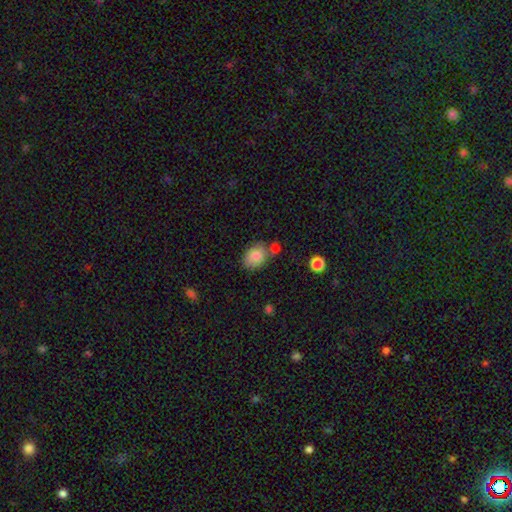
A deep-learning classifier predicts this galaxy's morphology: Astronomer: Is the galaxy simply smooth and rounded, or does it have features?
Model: smooth — 84%.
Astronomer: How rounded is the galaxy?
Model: in between — 66%.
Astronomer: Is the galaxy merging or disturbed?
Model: none — 53%.